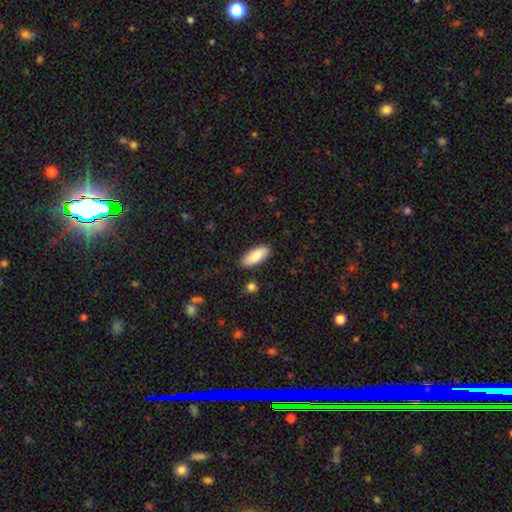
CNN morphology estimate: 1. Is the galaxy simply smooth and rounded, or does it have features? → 85% smooth, 9% featured or disk, 6% star or artifact.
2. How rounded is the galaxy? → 77% in between, 21% cigar-shaped, 2% round.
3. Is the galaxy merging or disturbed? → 87% none, 10% minor disturbance, 2% major disturbance, 2% merger.